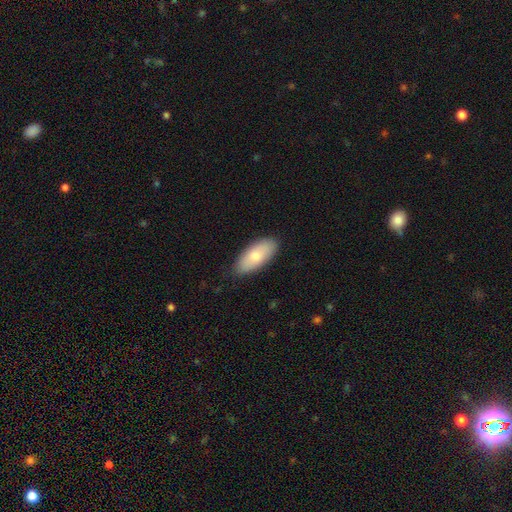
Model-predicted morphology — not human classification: Smooth or featured? Predicted: smooth (p=0.77). How rounded? Predicted: in between (p=0.87). Merging? Predicted: none (p=0.85).